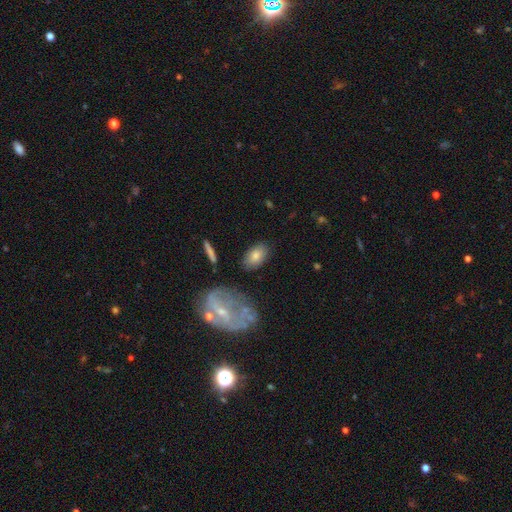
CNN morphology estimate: Overall: smooth (77%). How rounded: in between (91%). Merging: none (78%).